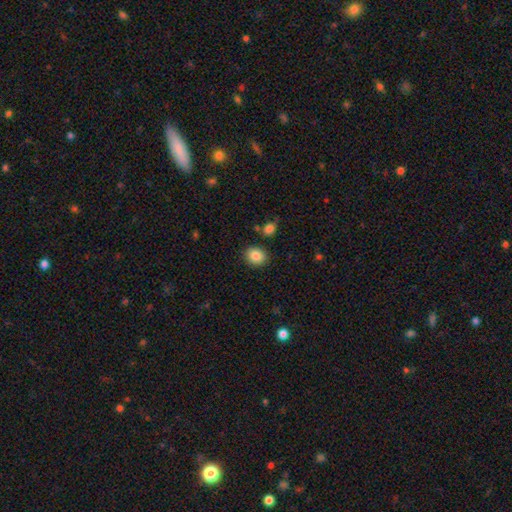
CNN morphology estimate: Overall: smooth (86%). How rounded: round (64%; in between 35%). Merging: none (87%).